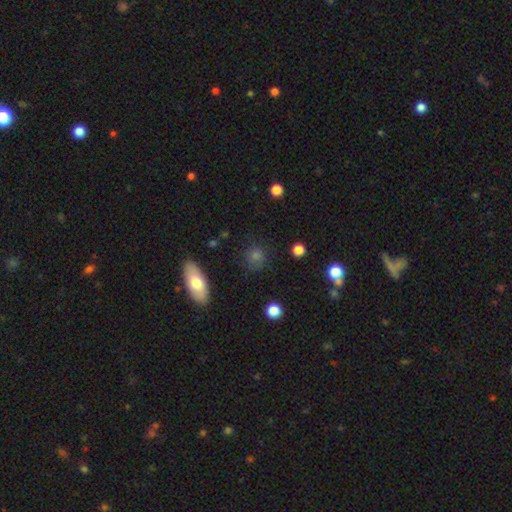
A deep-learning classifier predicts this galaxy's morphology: Smooth or featured? Predicted: smooth (p=0.72). How rounded? Predicted: round (p=0.78). Merging? Predicted: none (p=0.84).